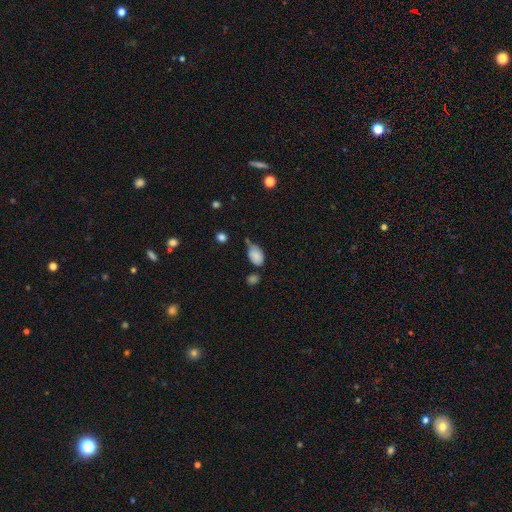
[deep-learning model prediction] Q: Smooth or featured?
A: smooth (83%); runner-up: star or artifact (9%)
Q: How rounded?
A: in between (88%); runner-up: round (11%)
Q: Merging?
A: minor disturbance (41%); runner-up: none (37%)